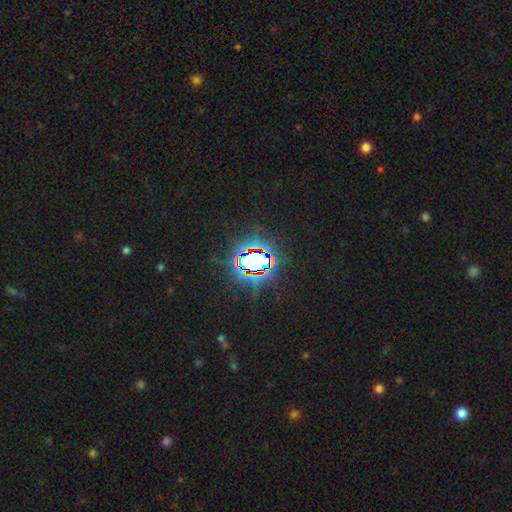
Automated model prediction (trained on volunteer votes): Smooth or featured? star or artifact (76%)